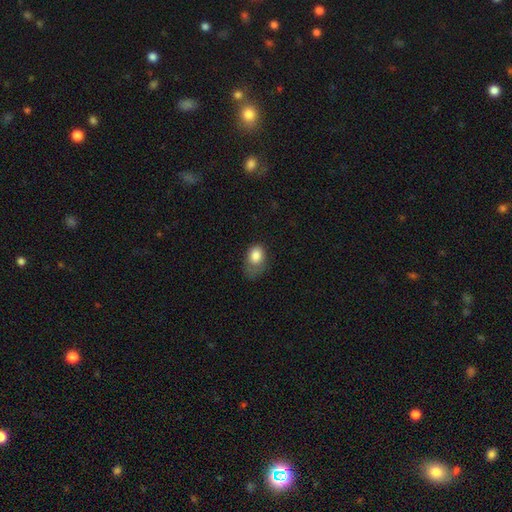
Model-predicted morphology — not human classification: Smooth or featured? smooth (82%)
How rounded? in between (76%)
Merging? minor disturbance (37%)